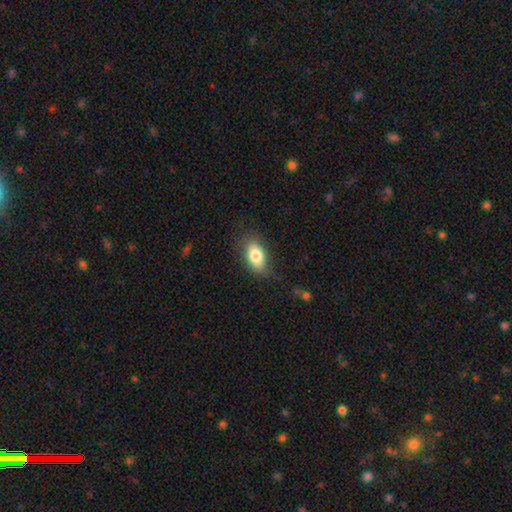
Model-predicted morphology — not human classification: Smooth or featured? smooth (79%)
How rounded? in between (90%)
Merging? none (71%)